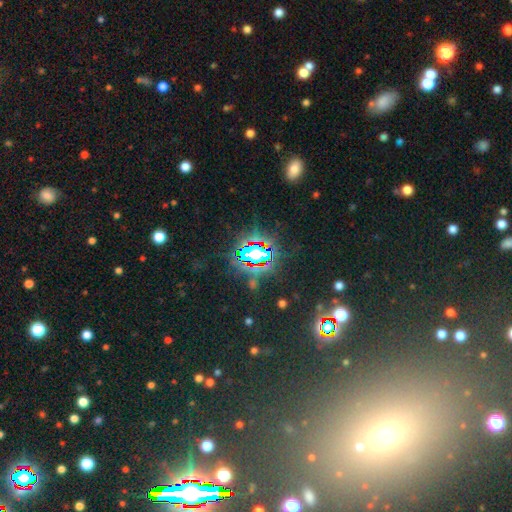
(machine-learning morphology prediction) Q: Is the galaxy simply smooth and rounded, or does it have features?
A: star or artifact — 81%.